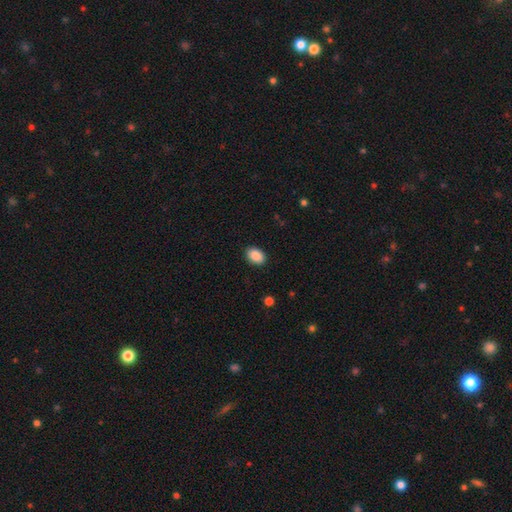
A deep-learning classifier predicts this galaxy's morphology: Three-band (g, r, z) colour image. It shows a smooth galaxy with no disk features (89%) that is in between round and cigar-shaped (83%). Merging: none (90%).